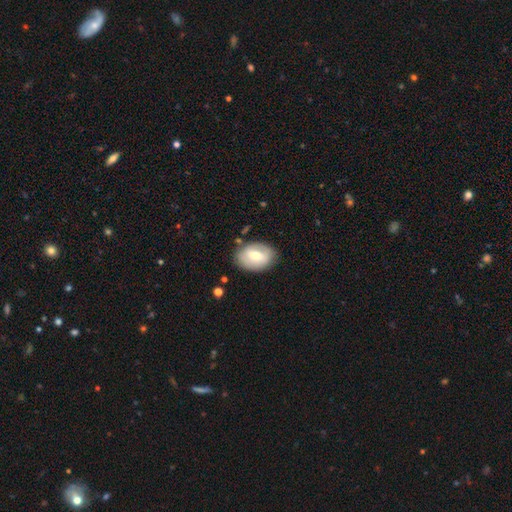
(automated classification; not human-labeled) Smooth or featured?
  - smooth: 53% *
  - featured or disk: 40%
  - star or artifact: 7%
How rounded?
  - in between: 78% *
  - round: 21%
  - cigar-shaped: 1%
Merging?
  - none: 80% *
  - minor disturbance: 14%
  - major disturbance: 4%
  - merger: 2%